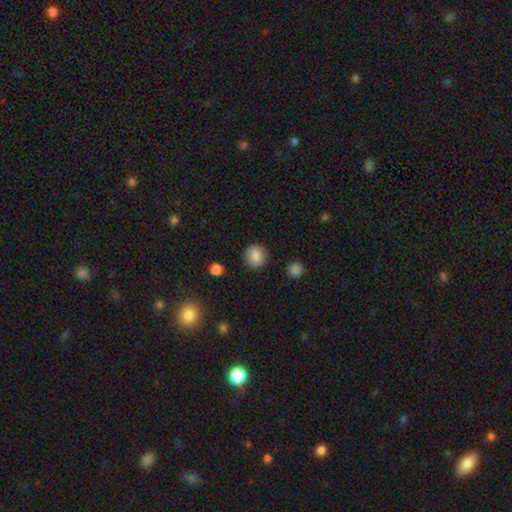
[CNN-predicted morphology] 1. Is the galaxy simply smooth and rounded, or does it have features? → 85% smooth, 9% star or artifact, 6% featured or disk.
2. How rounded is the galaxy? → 93% round, 6% in between, 1% cigar-shaped.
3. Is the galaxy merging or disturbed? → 90% none, 6% minor disturbance, 2% major disturbance, 1% merger.